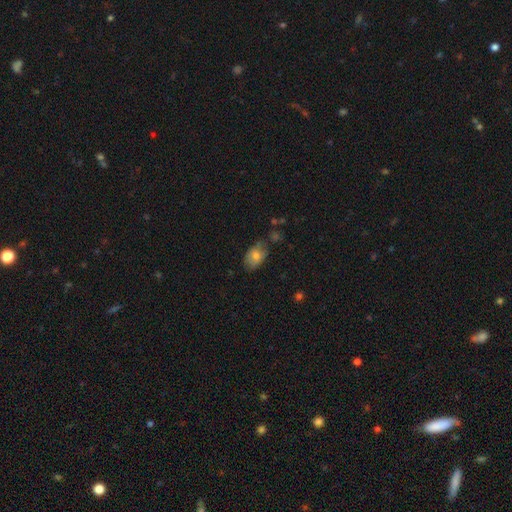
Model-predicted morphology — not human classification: Smooth or featured: smooth — 75% (featured or disk — 17%)
How rounded: in between — 87% (round — 11%)
Merging: none — 62% (minor disturbance — 27%)